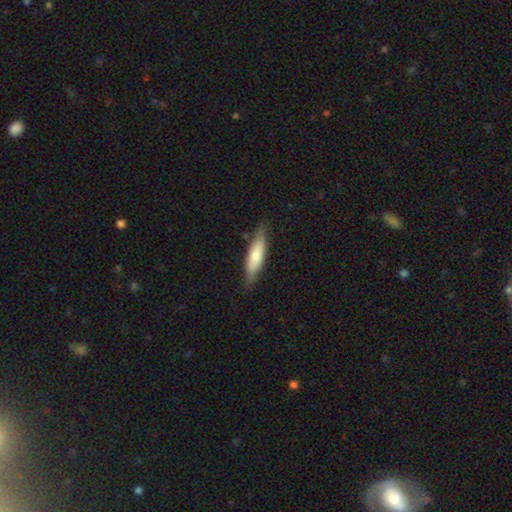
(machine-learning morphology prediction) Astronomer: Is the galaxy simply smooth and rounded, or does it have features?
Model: smooth — 63%.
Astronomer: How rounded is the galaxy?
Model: cigar-shaped — 68%.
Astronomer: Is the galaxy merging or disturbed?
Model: none — 81%.